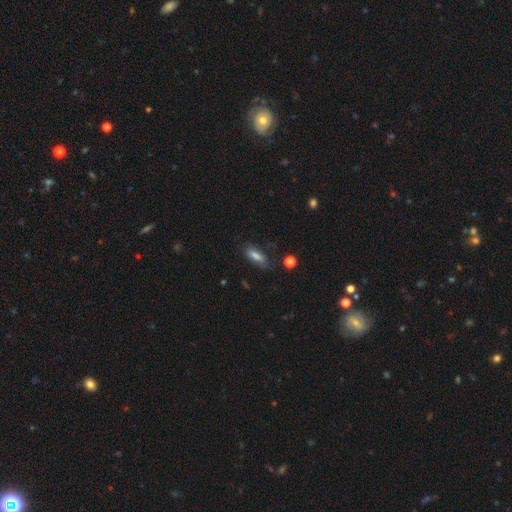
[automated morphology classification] Smooth or featured? Predicted: smooth (p=0.74). How rounded? Predicted: in between (p=0.67). Merging? Predicted: none (p=0.71).